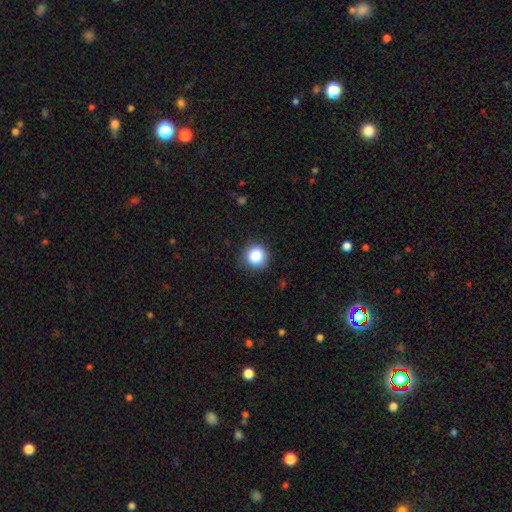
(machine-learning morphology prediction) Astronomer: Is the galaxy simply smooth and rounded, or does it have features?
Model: smooth — 87%.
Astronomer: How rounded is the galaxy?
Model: round — 93%.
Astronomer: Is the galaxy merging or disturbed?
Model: none — 88%.